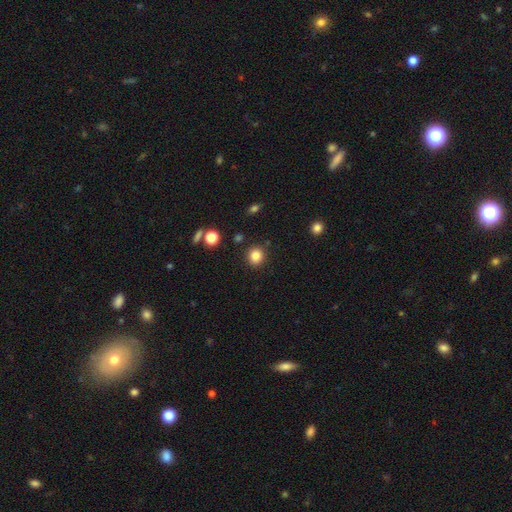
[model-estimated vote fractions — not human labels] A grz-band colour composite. It shows a smooth galaxy with no disk features (83%) that is round (88%). Merging: none (88%).